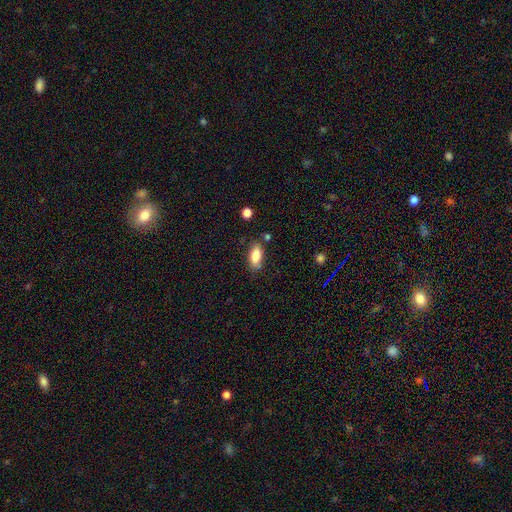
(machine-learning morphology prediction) smooth 84%, featured or disk 8%, star or artifact 8%. Down the decision tree: how rounded — in between (85%); merging — none (76%).